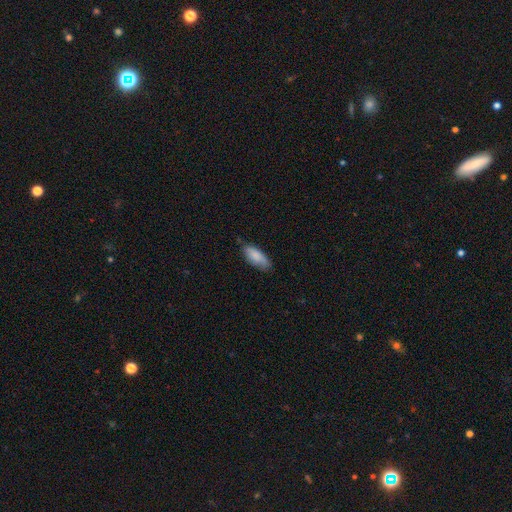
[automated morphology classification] type=smooth (84%); roundness=in between (79%); merging=none (70%).